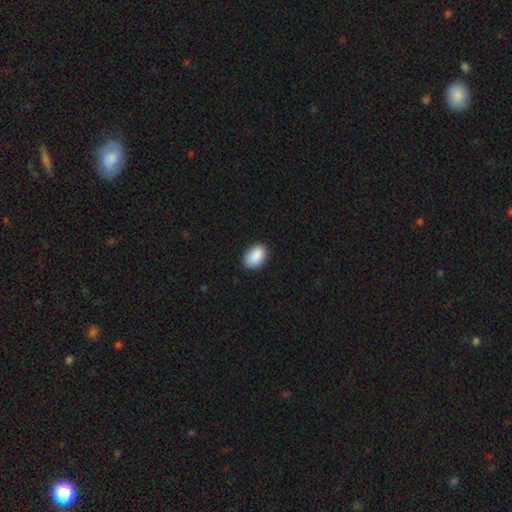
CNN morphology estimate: smooth 90%, star or artifact 7%, featured or disk 3%. Down the decision tree: how rounded — in between (86%); merging — none (87%).